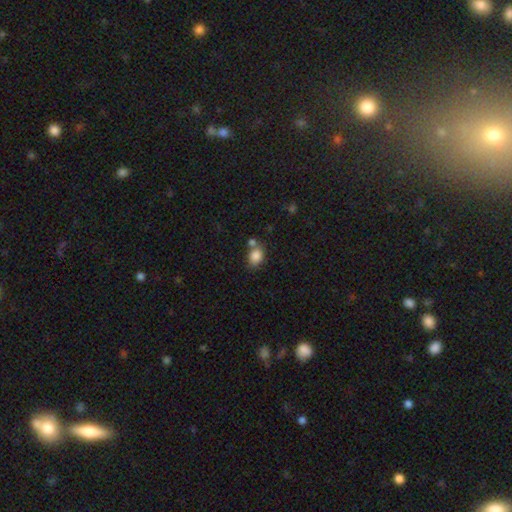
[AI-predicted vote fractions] Smooth or featured? smooth (85%)
How rounded? in between (61%)
Merging? none (56%)